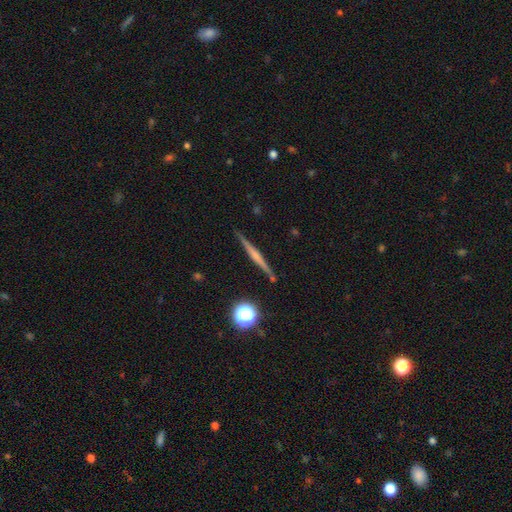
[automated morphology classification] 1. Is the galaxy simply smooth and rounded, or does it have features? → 64% featured or disk, 27% smooth, 9% star or artifact.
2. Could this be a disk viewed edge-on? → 98% yes, 2% no.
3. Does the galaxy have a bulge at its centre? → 46% rounded, 38% none, 16% boxy.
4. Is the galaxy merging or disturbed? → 89% none, 7% minor disturbance, 2% merger, 2% major disturbance.